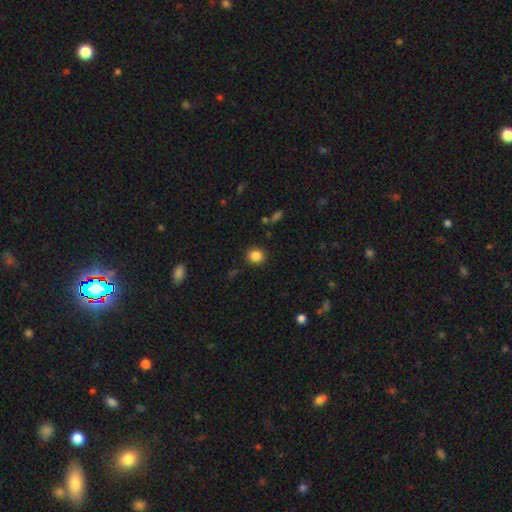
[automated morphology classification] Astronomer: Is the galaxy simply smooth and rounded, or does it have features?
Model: smooth — 85%.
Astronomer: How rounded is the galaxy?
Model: round — 87%.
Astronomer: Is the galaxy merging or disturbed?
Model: none — 89%.